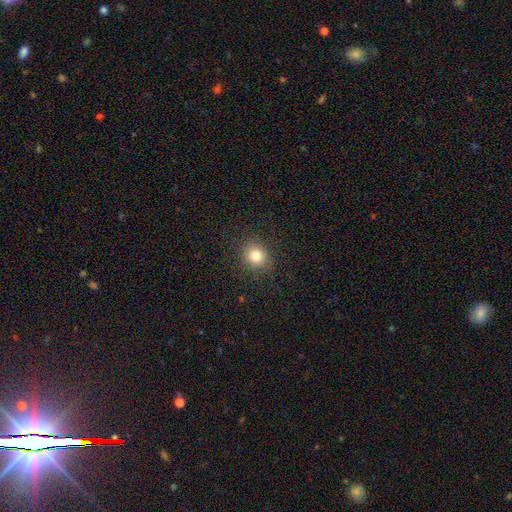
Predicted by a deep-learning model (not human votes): smooth_or_featured: smooth (p=0.81) [alt: star or artifact p=0.12]
how_rounded: round (p=0.80) [alt: in between p=0.19]
merging: none (p=0.88) [alt: minor disturbance p=0.08]